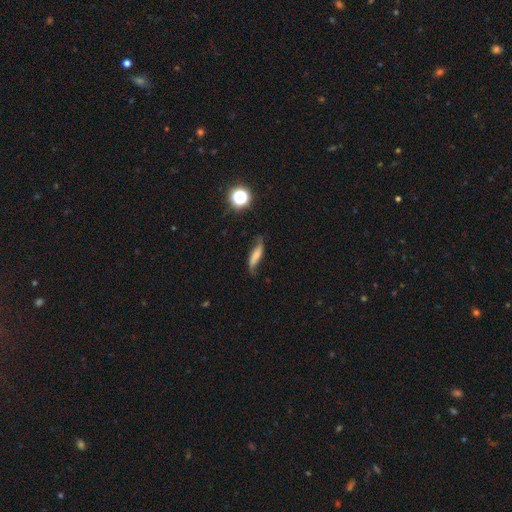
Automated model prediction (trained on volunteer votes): Smooth or featured?
  - smooth: 48% *
  - featured or disk: 41%
  - star or artifact: 11%
Merging?
  - none: 61% *
  - minor disturbance: 27%
  - major disturbance: 10%
  - merger: 3%